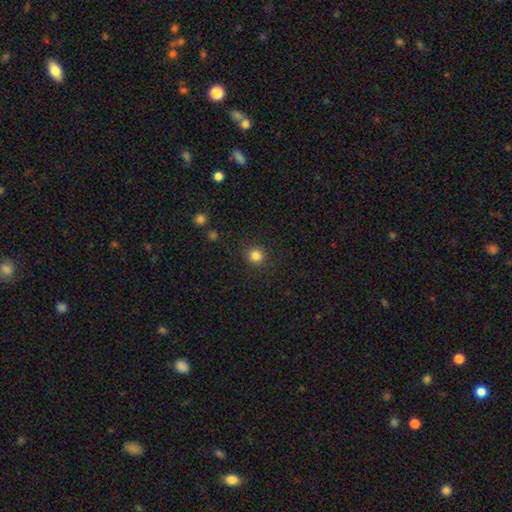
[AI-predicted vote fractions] smooth 84%, star or artifact 12%, featured or disk 4%. Down the decision tree: how rounded — round (92%); merging — none (91%).